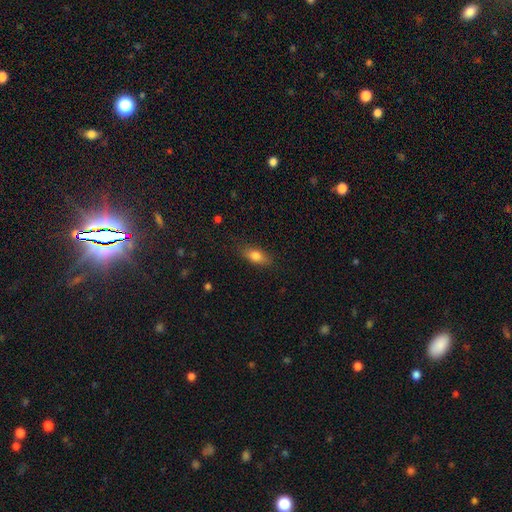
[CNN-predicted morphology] smooth_or_featured: smooth (p=0.79) [alt: featured or disk p=0.13]
how_rounded: in between (p=0.79) [alt: cigar-shaped p=0.15]
merging: none (p=0.81) [alt: minor disturbance p=0.14]